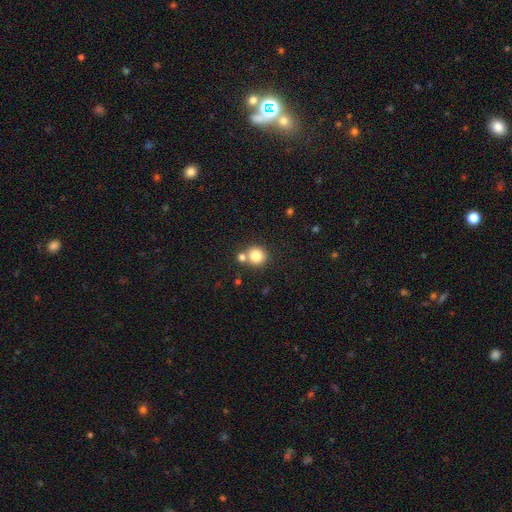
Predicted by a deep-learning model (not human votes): Smooth or featured? Predicted: smooth (p=0.83). How rounded? Predicted: round (p=0.89). Merging? Predicted: none (p=0.62).